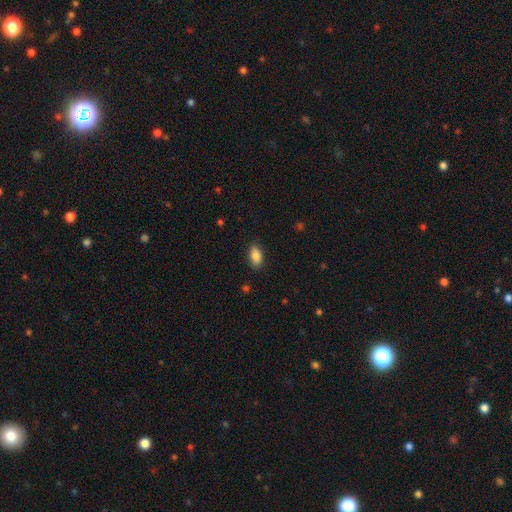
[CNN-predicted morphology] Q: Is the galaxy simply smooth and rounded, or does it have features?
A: smooth — 85%.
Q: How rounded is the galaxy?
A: in between — 90%.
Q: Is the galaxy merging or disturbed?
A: none — 84%.